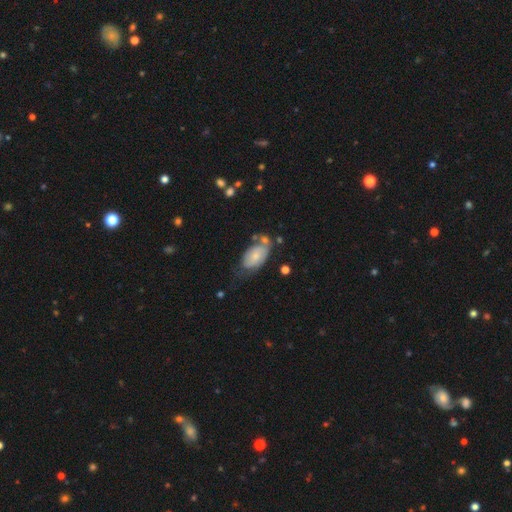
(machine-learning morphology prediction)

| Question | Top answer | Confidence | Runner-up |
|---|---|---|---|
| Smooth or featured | smooth | 59% | featured or disk (34%) |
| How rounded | in between | 93% | round (5%) |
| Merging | none | 41% | minor disturbance (30%) |